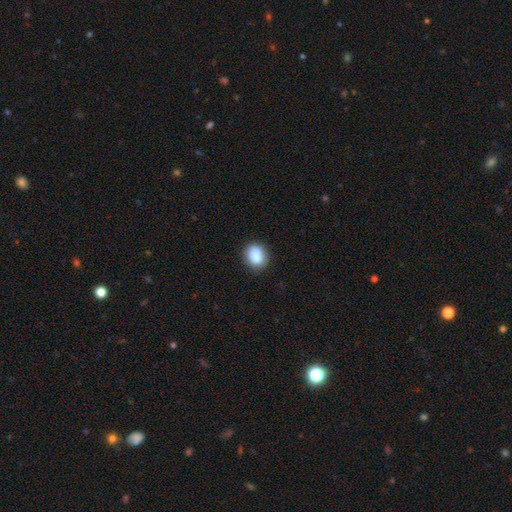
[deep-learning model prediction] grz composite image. It shows a smooth galaxy with no disk features (87%) that is in between round and cigar-shaped (52%). Merging: none (83%).